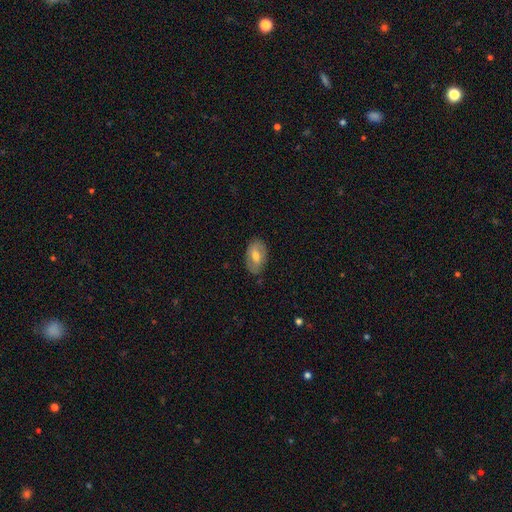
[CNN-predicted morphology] Smooth or featured?
  - smooth: 53% *
  - featured or disk: 41%
  - star or artifact: 6%
How rounded?
  - in between: 91% *
  - round: 8%
  - cigar-shaped: 2%
Merging?
  - none: 78% *
  - minor disturbance: 16%
  - major disturbance: 4%
  - merger: 1%